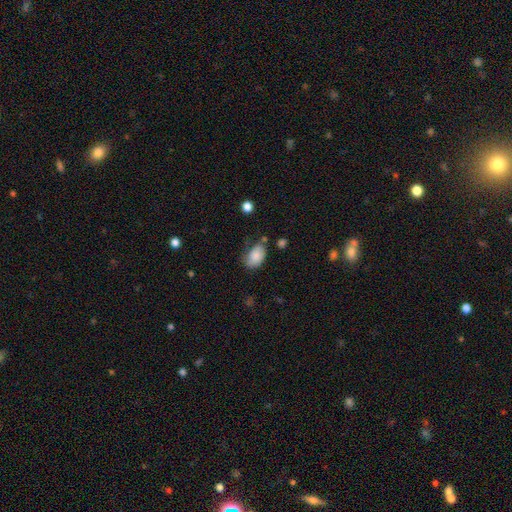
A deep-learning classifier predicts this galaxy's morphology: smooth 79%, featured or disk 13%, star or artifact 8%. Down the decision tree: how rounded — in between (88%); merging — none (51%).